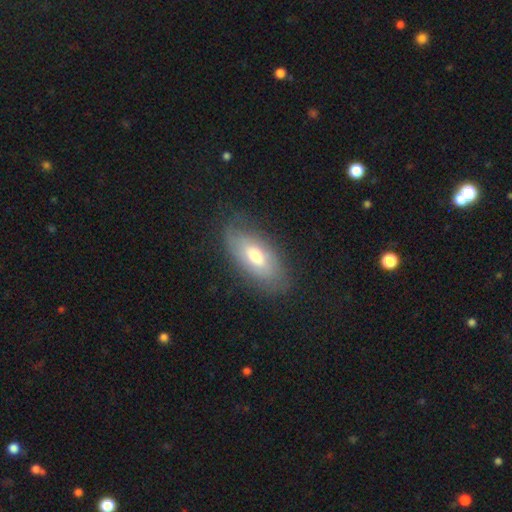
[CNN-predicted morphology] Smooth or featured? smooth (53%)
How rounded? in between (87%)
Merging? none (75%)